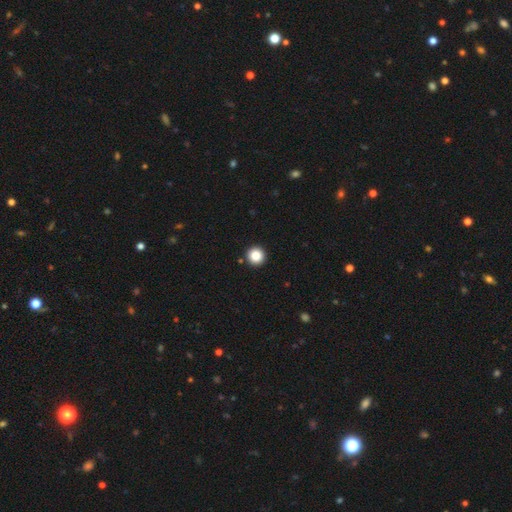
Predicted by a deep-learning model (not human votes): Smooth or featured? Predicted: smooth (p=0.86). How rounded? Predicted: round (p=0.96). Merging? Predicted: none (p=0.93).